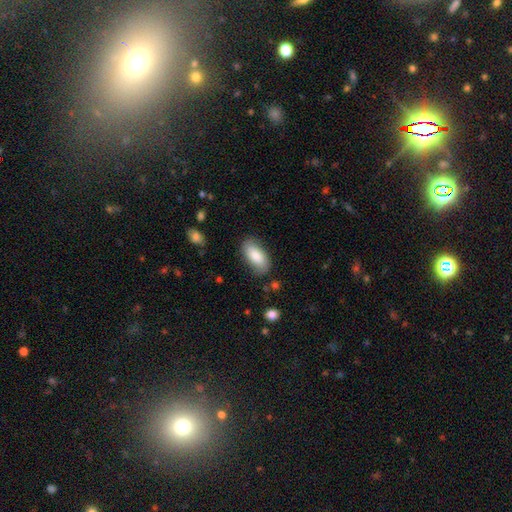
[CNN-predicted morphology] Smooth or featured?
  - smooth: 83% *
  - featured or disk: 11%
  - star or artifact: 6%
How rounded?
  - in between: 92% *
  - cigar-shaped: 6%
  - round: 2%
Merging?
  - none: 78% *
  - minor disturbance: 16%
  - major disturbance: 4%
  - merger: 2%